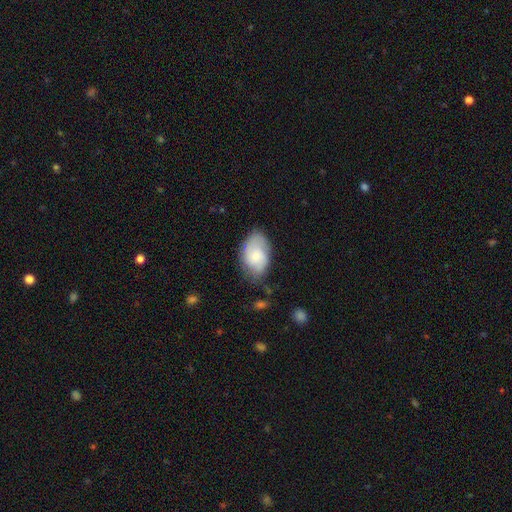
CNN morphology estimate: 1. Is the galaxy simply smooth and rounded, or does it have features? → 67% smooth, 26% featured or disk, 7% star or artifact.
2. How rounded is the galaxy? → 90% in between, 9% round, 1% cigar-shaped.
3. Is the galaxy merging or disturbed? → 63% none, 27% minor disturbance, 8% major disturbance, 3% merger.